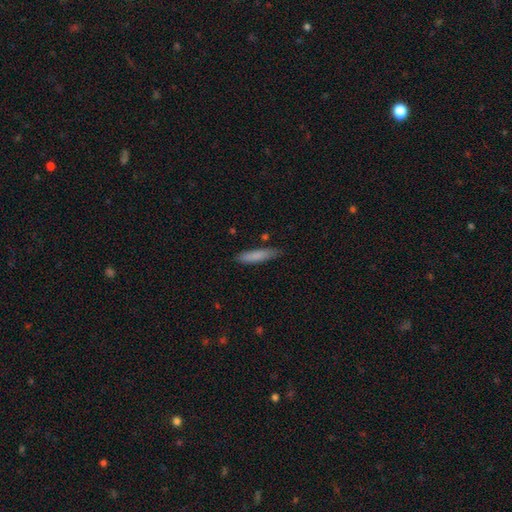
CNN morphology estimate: Smooth or featured? smooth (83%)
How rounded? cigar-shaped (83%)
Merging? none (81%)